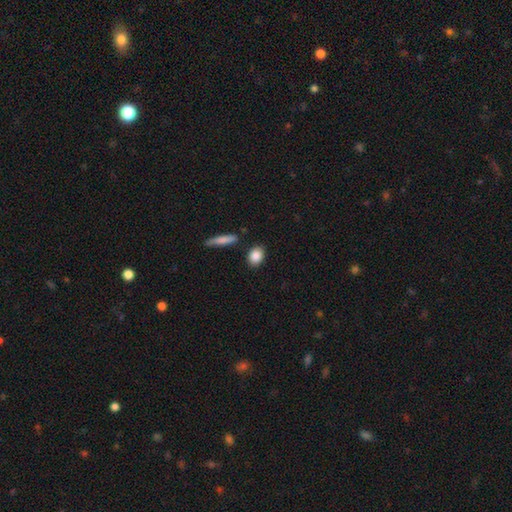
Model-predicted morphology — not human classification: smooth 87%, star or artifact 7%, featured or disk 6%. Down the decision tree: how rounded — in between (64%); merging — none (85%).